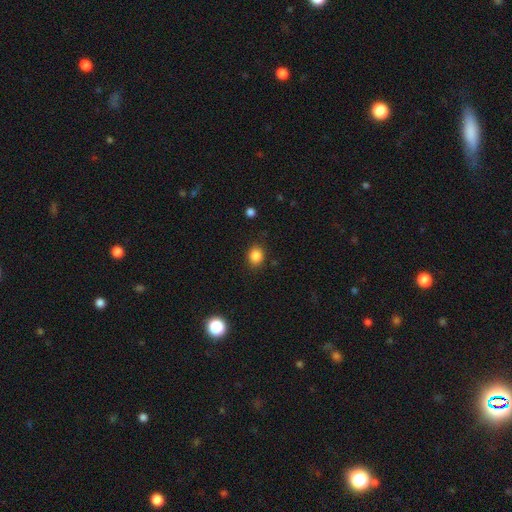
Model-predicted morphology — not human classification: type=smooth (86%); roundness=round (70%); merging=none (86%).